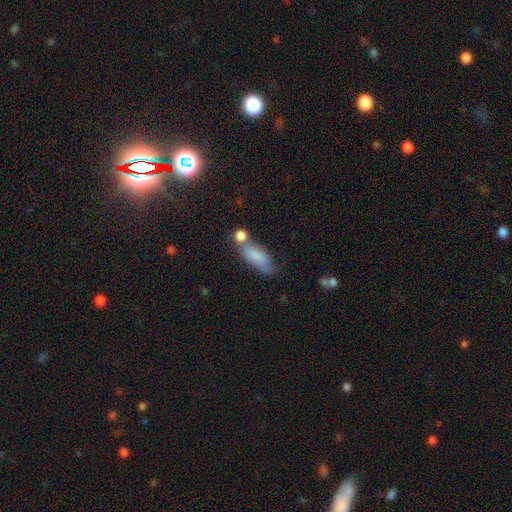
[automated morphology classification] This appears to be a smooth galaxy with no disk features (80%) that is in between round and cigar-shaped (69%). Merging: none (44%).